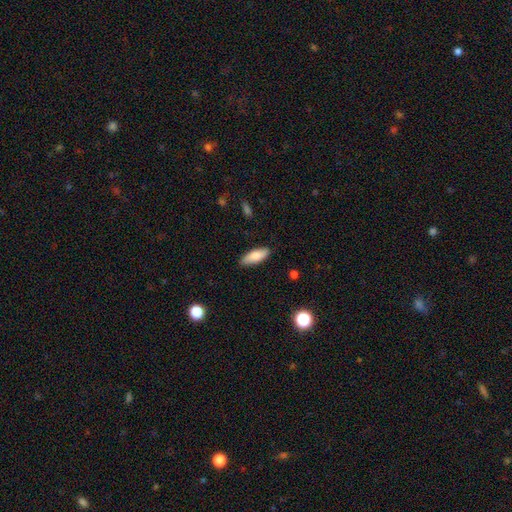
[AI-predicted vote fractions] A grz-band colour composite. It shows a smooth galaxy with no disk features (80%) that is in between round and cigar-shaped (70%). Merging: none (86%).